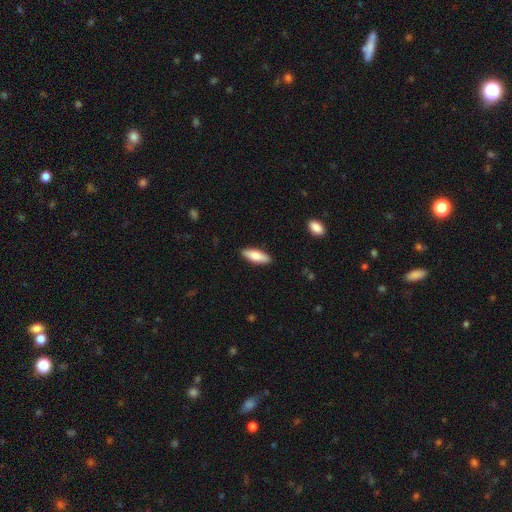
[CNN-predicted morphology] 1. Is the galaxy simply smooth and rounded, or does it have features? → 77% smooth, 18% featured or disk, 6% star or artifact.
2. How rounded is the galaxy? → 62% in between, 36% cigar-shaped, 2% round.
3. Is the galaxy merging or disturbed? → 89% none, 8% minor disturbance, 2% major disturbance, 1% merger.